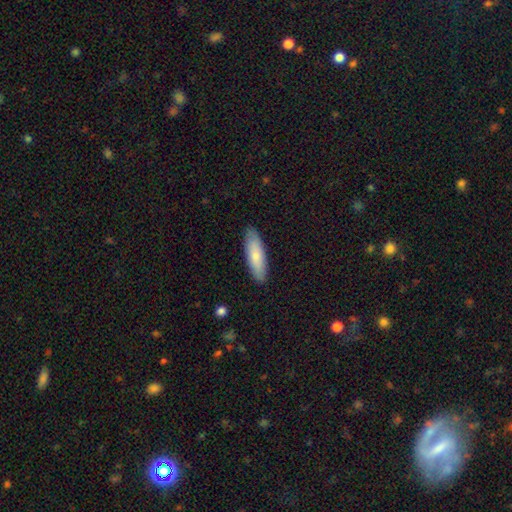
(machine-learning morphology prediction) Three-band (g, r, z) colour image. It shows a smooth galaxy with no disk features (75%) that is cigar-shaped (54%). Merging: none (88%).